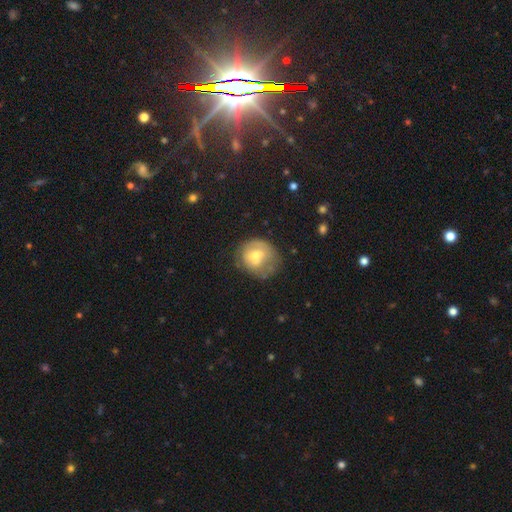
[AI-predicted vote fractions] Smooth or featured? Predicted: smooth (p=0.53). How rounded? Predicted: round (p=0.71). Merging? Predicted: none (p=0.45).